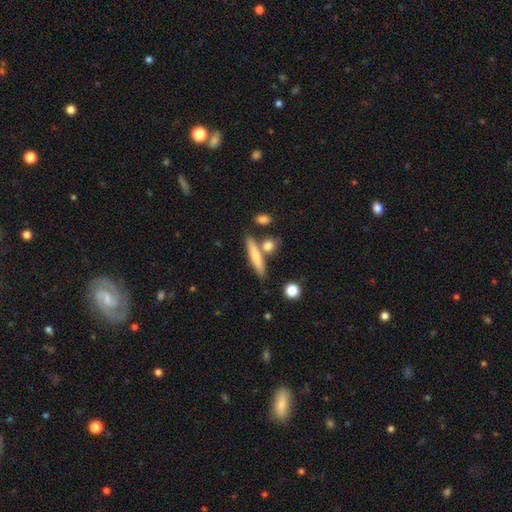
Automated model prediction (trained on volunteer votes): This appears to be a smooth galaxy with no disk features (68%) that is cigar-shaped (83%). Merging: none (71%).